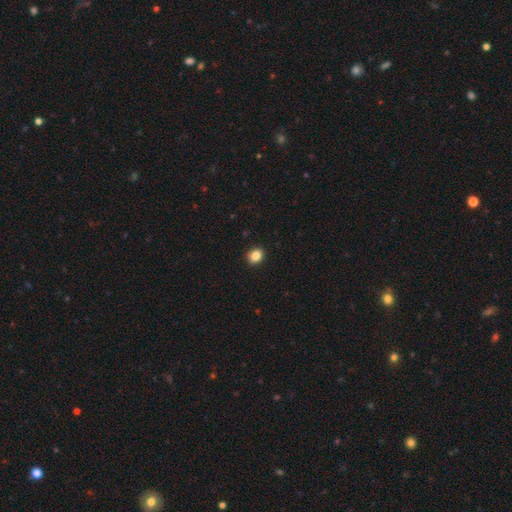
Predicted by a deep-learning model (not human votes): Smooth or featured: smooth — 85% (star or artifact — 10%)
How rounded: round — 53% (in between — 46%)
Merging: none — 90% (minor disturbance — 8%)